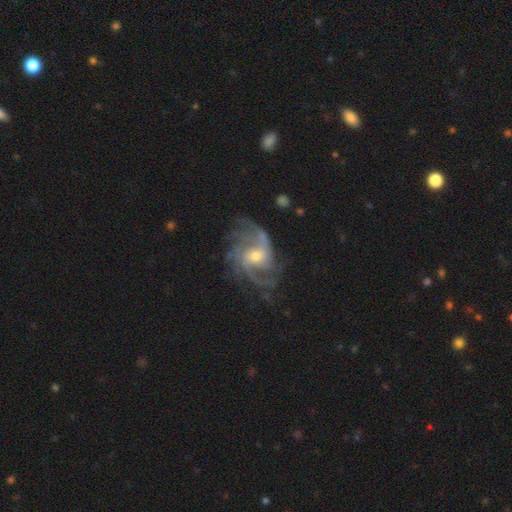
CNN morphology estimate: A featured or disk galaxy (89%) with no bar (49%), 3 (28%) medium (50%) spiral arms (97%) and a moderate central bulge (51%).

Vote fractions:
- Smooth or featured? featured or disk: 89% / star or artifact: 6% / smooth: 5%
- Edge-on disk? no: 98% / yes: 2%
- Bar? no: 49% / weak: 40% / strong: 11%
- Spiral arms? yes: 97% / no: 3%
- Spiral winding? medium: 50% / tight: 26% / loose: 25%
- Spiral arm count? 3: 28% / 2: 26% / can't tell: 17% / 4: 14% / more than 4: 7% / 1: 7%
- Bulge size? moderate: 51% / small: 44% / large: 3% / none: 2% / dominant: 1%
- Merging? none: 69% / minor disturbance: 18% / major disturbance: 12% / merger: 2%